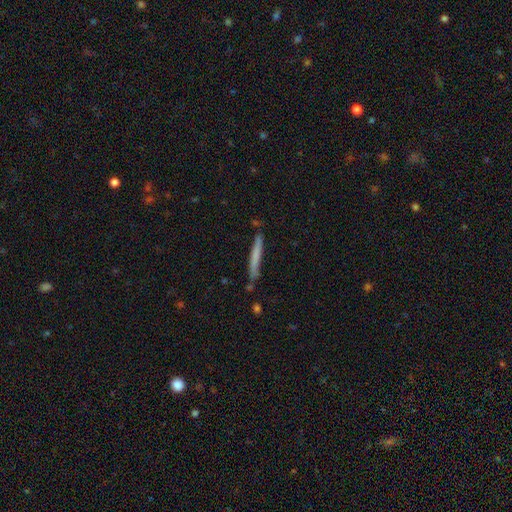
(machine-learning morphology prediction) Smooth or featured?
  - smooth: 64% *
  - featured or disk: 30%
  - star or artifact: 6%
How rounded?
  - cigar-shaped: 96% *
  - in between: 2%
  - round: 1%
Merging?
  - none: 80% *
  - minor disturbance: 14%
  - merger: 4%
  - major disturbance: 2%